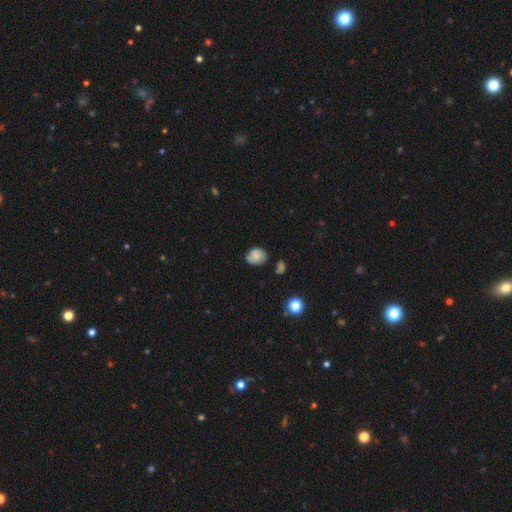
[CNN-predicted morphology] Smooth or featured? Predicted: smooth (p=0.70). How rounded? Predicted: round (p=0.51). Merging? Predicted: none (p=0.63).